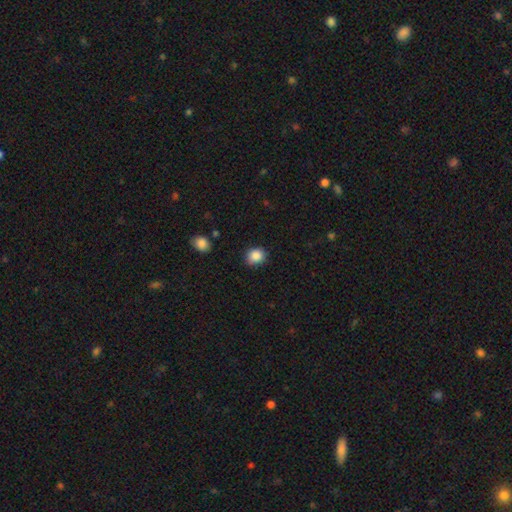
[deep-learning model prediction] This appears to be a smooth galaxy with no disk features (87%) that is round (71%). Merging: none (83%).